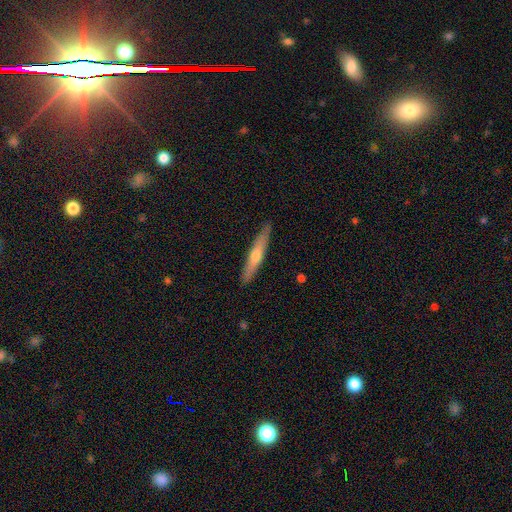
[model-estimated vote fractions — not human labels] Q: Smooth or featured?
A: featured or disk (51%); runner-up: smooth (43%)
Q: Edge-on disk?
A: yes (93%); runner-up: no (7%)
Q: Merging?
A: none (89%); runner-up: minor disturbance (9%)